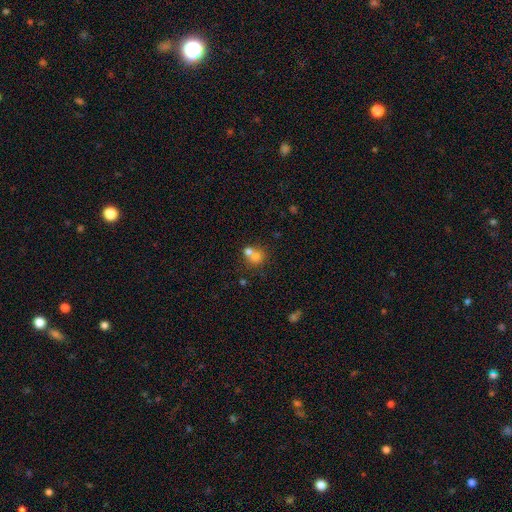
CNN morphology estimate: Q: Smooth or featured?
A: smooth (73%); runner-up: featured or disk (15%)
Q: How rounded?
A: round (70%); runner-up: in between (29%)
Q: Merging?
A: merger (58%); runner-up: none (30%)